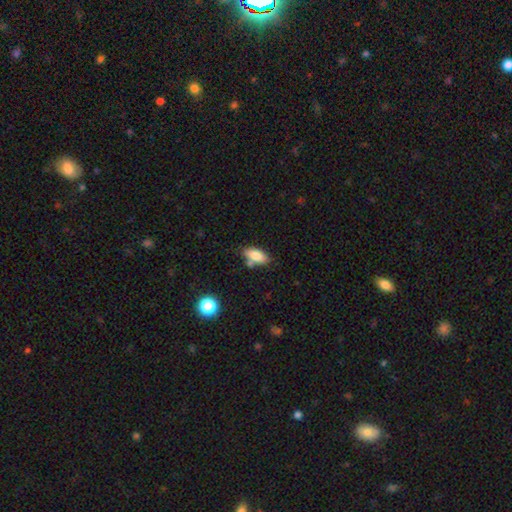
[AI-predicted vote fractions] Smooth or featured? smooth (81%)
How rounded? in between (86%)
Merging? none (67%)